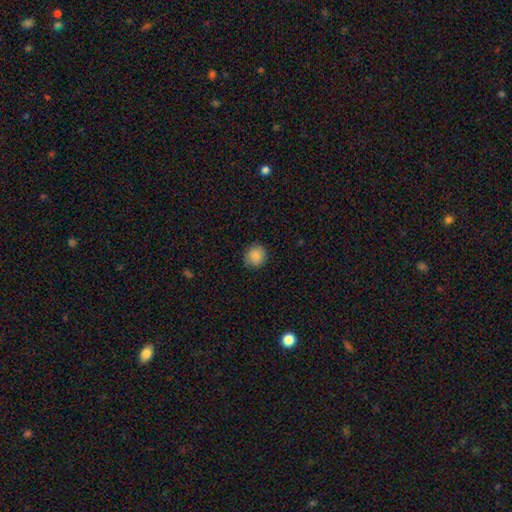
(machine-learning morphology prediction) smooth_or_featured: smooth (p=0.88) [alt: star or artifact p=0.08]
how_rounded: round (p=0.89) [alt: in between p=0.10]
merging: none (p=0.88) [alt: minor disturbance p=0.09]